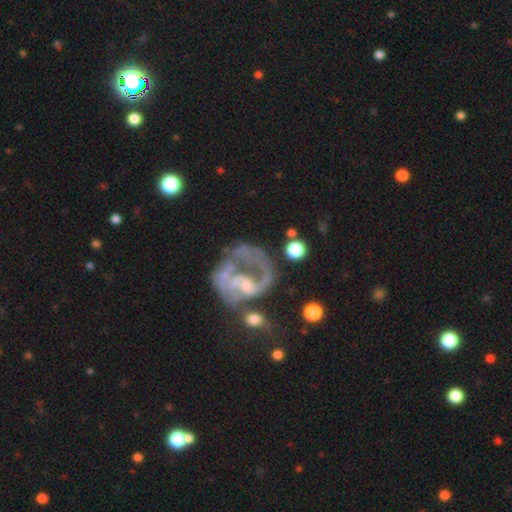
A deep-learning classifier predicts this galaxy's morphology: smooth_or_featured: featured or disk (p=0.77) [alt: smooth p=0.13]
disk_edge_on: no (p=0.98) [alt: yes p=0.02]
bar: no (p=0.68) [alt: weak p=0.25]
has_spiral_arms: yes (p=0.61) [alt: no p=0.39]
bulge_size: none (p=0.40) [alt: small p=0.34]
merging: major disturbance (p=0.41) [alt: none p=0.27]